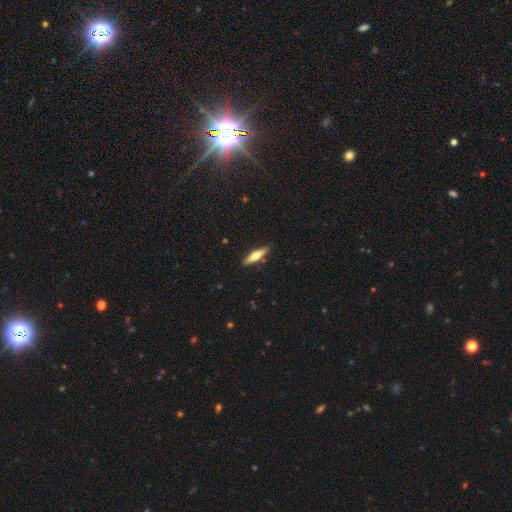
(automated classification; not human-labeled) A featured or disk galaxy (54%) viewed edge-on (95%) with a rounded central bulge (91%). Merging: none (89%).